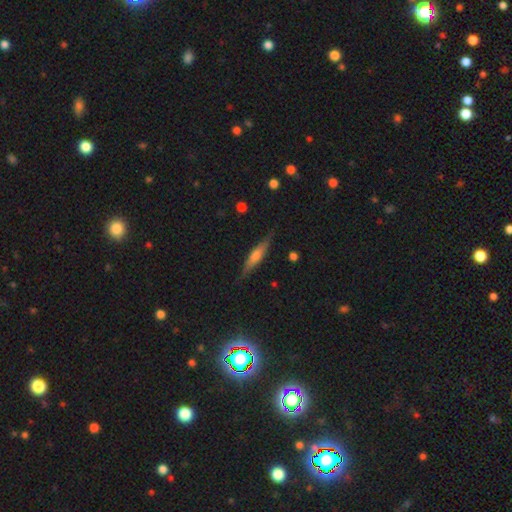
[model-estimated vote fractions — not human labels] This is possibly a featured or disk galaxy (57%). It is clearly viewed edge-on (94%). Edge-on bulge: likely rounded (74%). Merging: clearly none (85%).